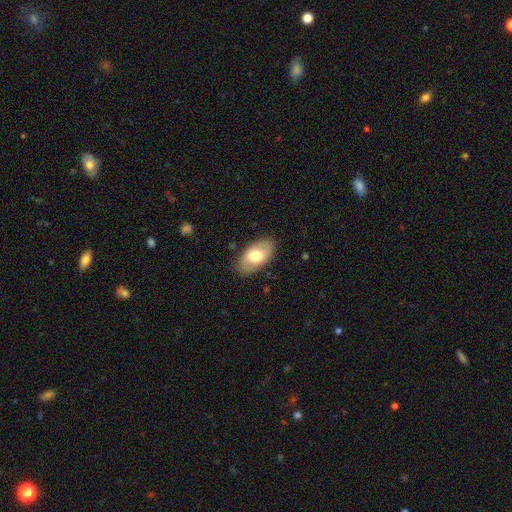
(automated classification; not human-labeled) Q: Smooth or featured?
A: smooth (65%); runner-up: featured or disk (30%)
Q: How rounded?
A: in between (94%); runner-up: round (4%)
Q: Merging?
A: none (84%); runner-up: minor disturbance (12%)